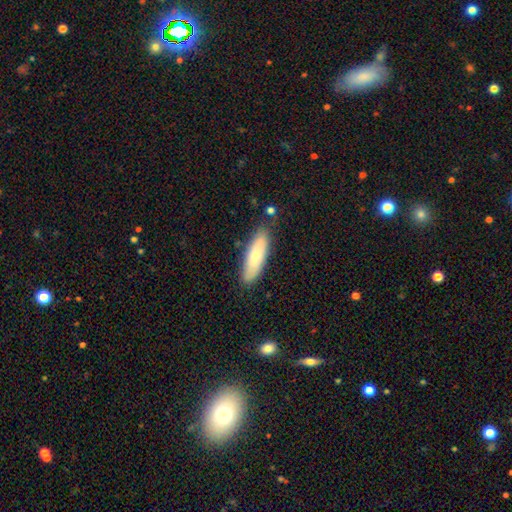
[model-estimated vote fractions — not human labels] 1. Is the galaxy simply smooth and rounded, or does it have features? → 74% smooth, 19% featured or disk, 6% star or artifact.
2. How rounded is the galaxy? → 50% in between, 48% cigar-shaped, 2% round.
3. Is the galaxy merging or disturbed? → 80% none, 14% minor disturbance, 3% major disturbance, 3% merger.